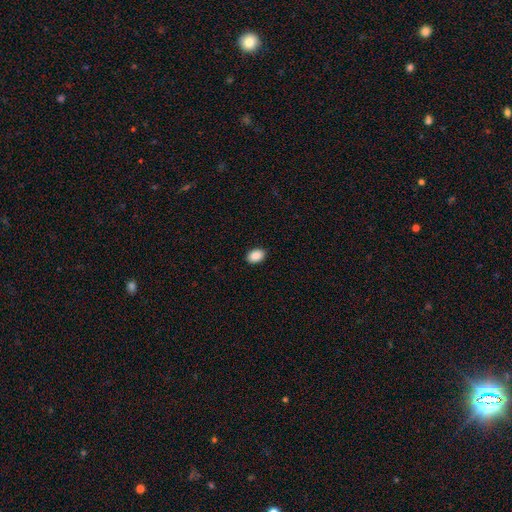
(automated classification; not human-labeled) Q: Smooth or featured?
A: smooth (89%); runner-up: star or artifact (7%)
Q: How rounded?
A: in between (83%); runner-up: round (16%)
Q: Merging?
A: none (90%); runner-up: minor disturbance (7%)